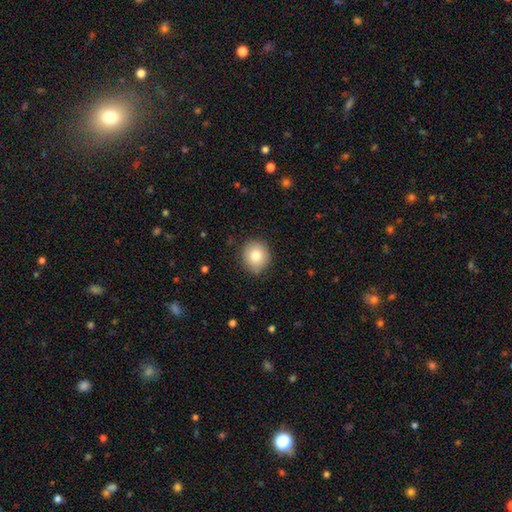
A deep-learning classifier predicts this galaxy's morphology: Smooth or featured? smooth (81%)
How rounded? round (86%)
Merging? none (87%)